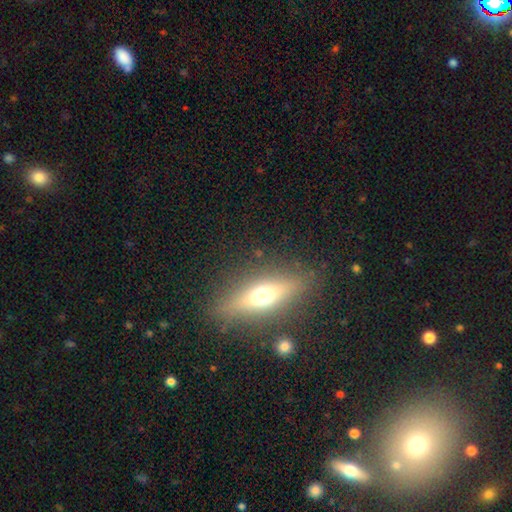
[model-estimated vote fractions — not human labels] This is possibly a featured or disk galaxy (53%). It is clearly viewed edge-on (89%). Merging: clearly none (85%).